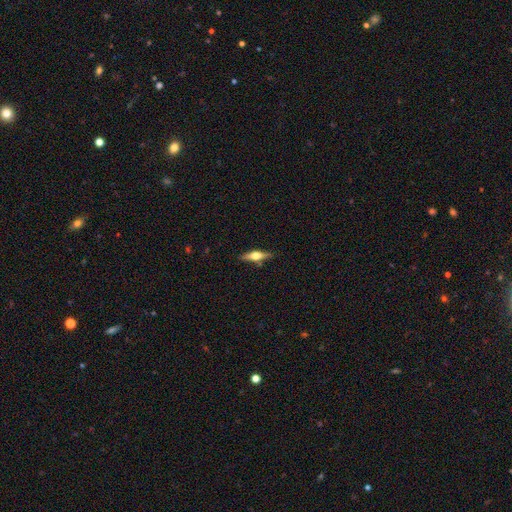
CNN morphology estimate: smooth-or-featured: featured or disk: 61% | smooth: 32% | star or artifact: 6%
  disk-edge-on: yes: 96% | no: 4%
    edge-on-bulge: rounded: 93% | boxy: 5% | none: 2%
  merging: none: 84% | minor disturbance: 11% | merger: 2% | major disturbance: 2%